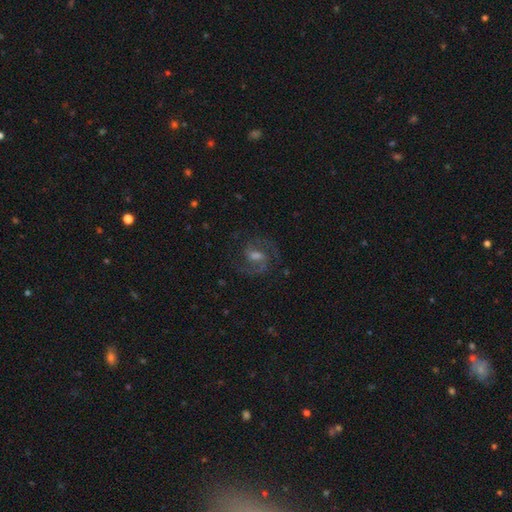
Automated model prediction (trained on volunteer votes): featured or disk 86%, star or artifact 8%, smooth 6%. Down the decision tree: edge-on disk — no (98%); bar — weak (56%); spiral arms — yes (98%); spiral arm count — 2 (91%); spiral winding — medium (64%); bulge size — moderate (41%); merging — none (78%).